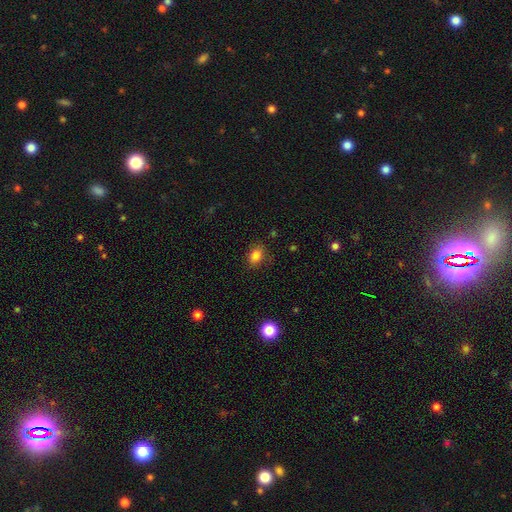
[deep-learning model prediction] Overall: smooth (83%). How rounded: in between (75%). Merging: none (82%).